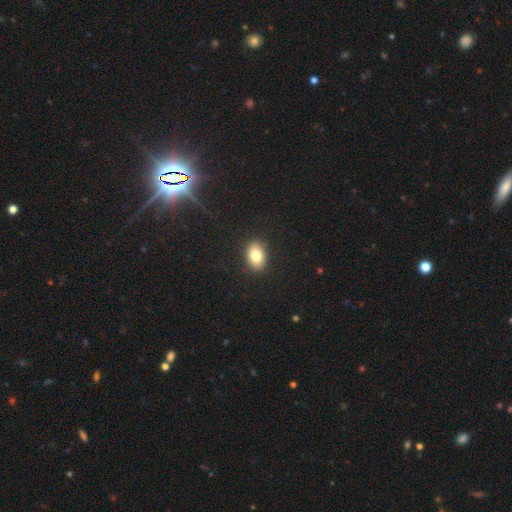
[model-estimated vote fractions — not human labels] Smooth or featured? smooth (79%)
How rounded? in between (80%)
Merging? none (89%)